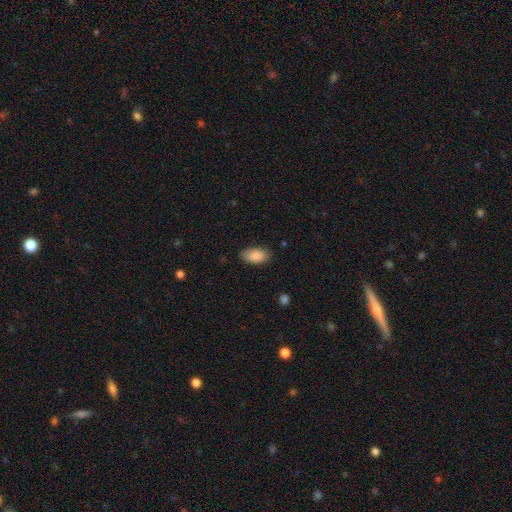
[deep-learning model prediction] Smooth or featured?
  - smooth: 88% *
  - star or artifact: 6%
  - featured or disk: 5%
How rounded?
  - in between: 94% *
  - round: 4%
  - cigar-shaped: 3%
Merging?
  - none: 83% *
  - minor disturbance: 13%
  - major disturbance: 3%
  - merger: 1%